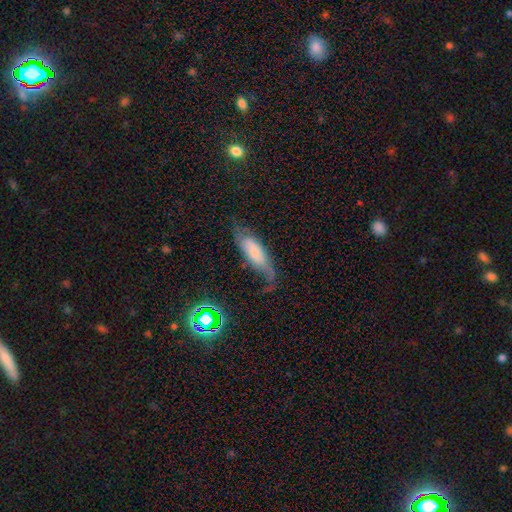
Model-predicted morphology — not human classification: Q: Smooth or featured?
A: smooth (50%); runner-up: featured or disk (41%)
Q: Merging?
A: none (46%); runner-up: minor disturbance (29%)